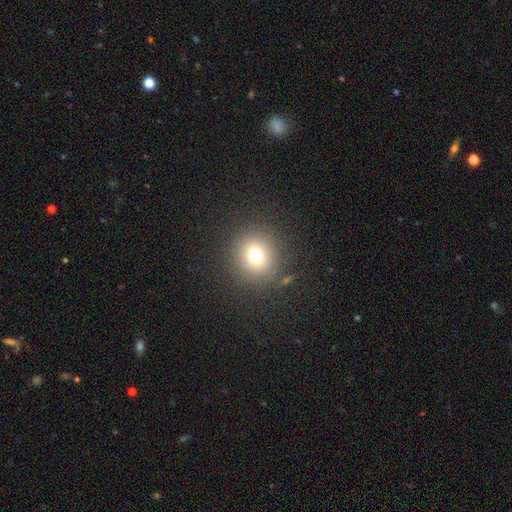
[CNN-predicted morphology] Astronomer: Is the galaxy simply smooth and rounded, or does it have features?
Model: smooth — 72%.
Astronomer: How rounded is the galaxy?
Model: round — 89%.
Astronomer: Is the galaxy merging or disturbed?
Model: none — 86%.